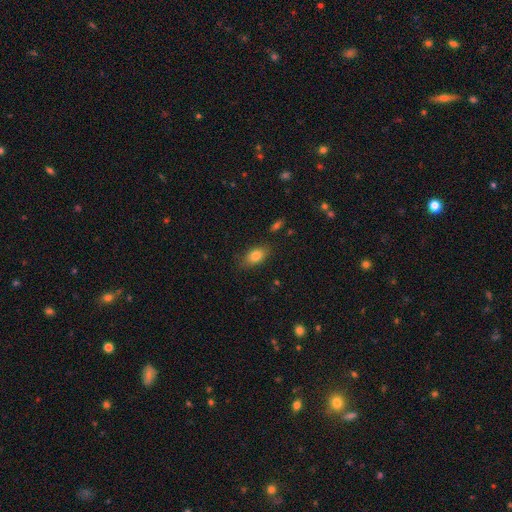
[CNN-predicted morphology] Smooth or featured? Predicted: smooth (p=0.81). How rounded? Predicted: in between (p=0.85). Merging? Predicted: none (p=0.81).